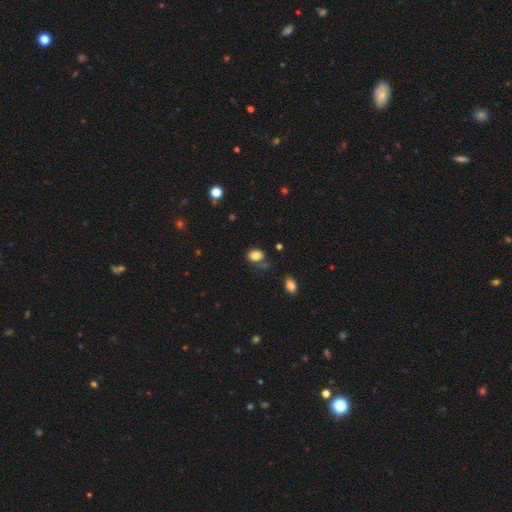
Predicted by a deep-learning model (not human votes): This appears to be a smooth galaxy with no disk features (82%) that is in between round and cigar-shaped (72%). Merging: none (57%).